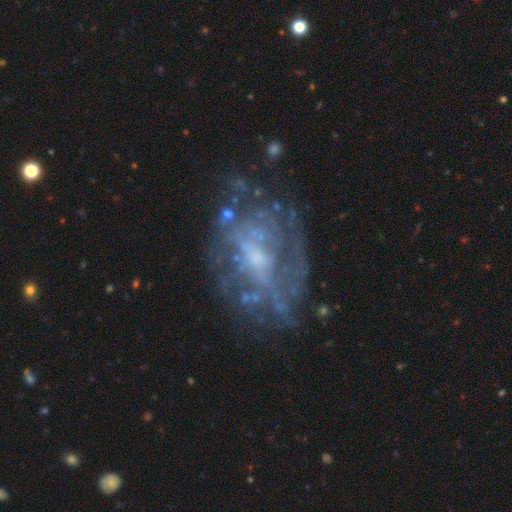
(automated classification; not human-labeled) This is likely a featured or disk galaxy (76%). It is clearly not viewed edge-on (96%). Bar: possibly no (57%). Spiral arm pattern: possibly no (51%). Central bulge: possibly small (53%). Merging: possibly none (60%).